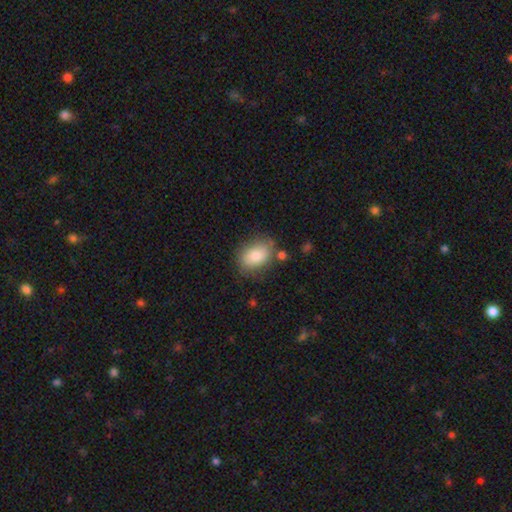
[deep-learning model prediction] This appears to be a smooth galaxy with no disk features (81%) that is in between round and cigar-shaped (80%). Merging: none (74%).